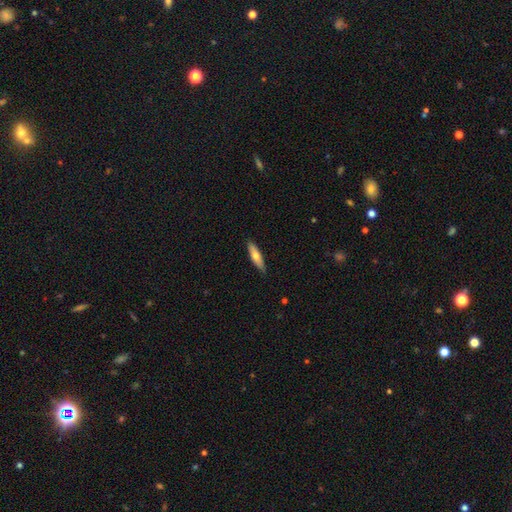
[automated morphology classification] Smooth or featured?
  - smooth: 63% *
  - featured or disk: 31%
  - star or artifact: 6%
How rounded?
  - cigar-shaped: 64% *
  - in between: 34%
  - round: 2%
Merging?
  - none: 87% *
  - minor disturbance: 10%
  - major disturbance: 2%
  - merger: 1%